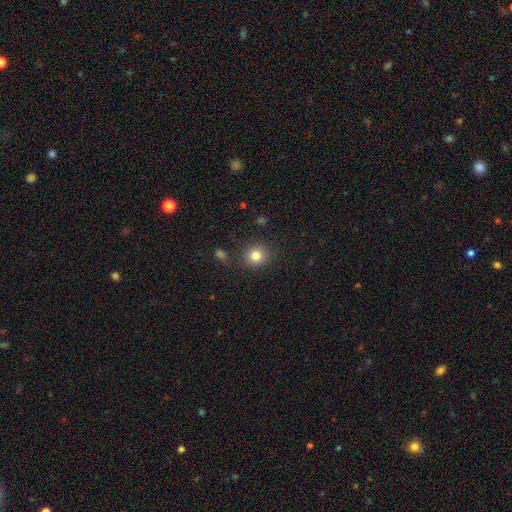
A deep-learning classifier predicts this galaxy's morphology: Smooth or featured?
  - smooth: 82% *
  - star or artifact: 12%
  - featured or disk: 6%
How rounded?
  - round: 88% *
  - in between: 11%
  - cigar-shaped: 1%
Merging?
  - none: 87% *
  - minor disturbance: 8%
  - major disturbance: 3%
  - merger: 2%